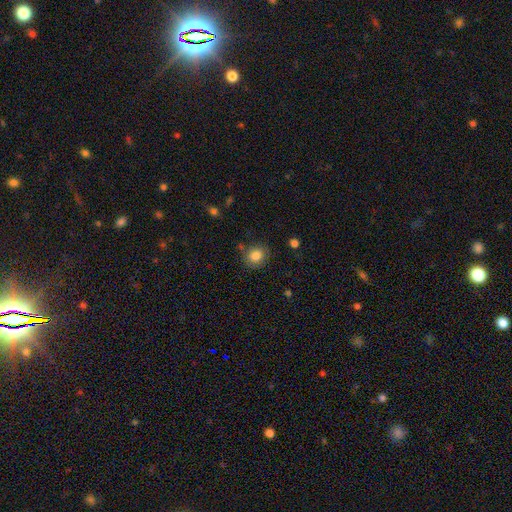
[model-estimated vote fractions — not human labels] Smooth or featured? Predicted: smooth (p=0.84). How rounded? Predicted: round (p=0.71). Merging? Predicted: none (p=0.79).